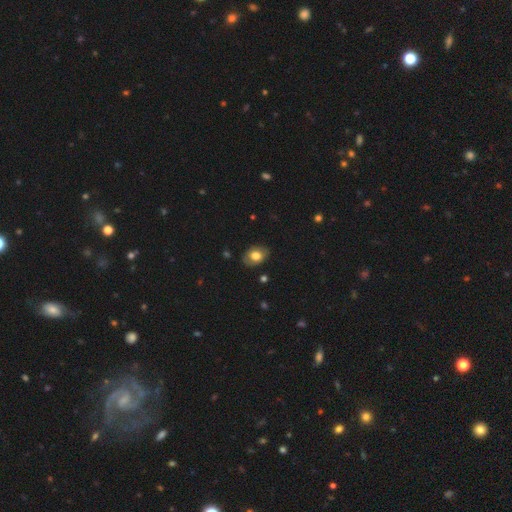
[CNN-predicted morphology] Q: Smooth or featured?
A: smooth (69%); runner-up: featured or disk (23%)
Q: How rounded?
A: in between (75%); runner-up: round (24%)
Q: Merging?
A: none (82%); runner-up: minor disturbance (14%)